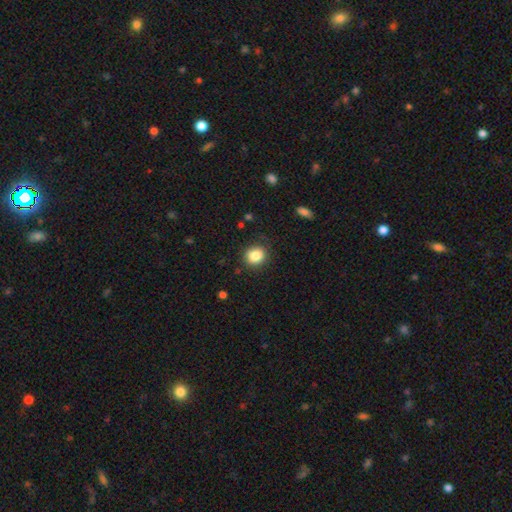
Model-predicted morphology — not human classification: Q: Smooth or featured?
A: smooth (85%); runner-up: star or artifact (10%)
Q: How rounded?
A: round (66%); runner-up: in between (33%)
Q: Merging?
A: none (84%); runner-up: minor disturbance (11%)